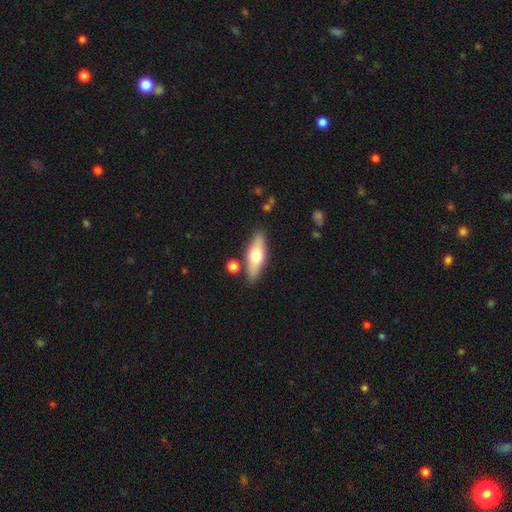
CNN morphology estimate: A smooth galaxy with no disk features (59%) that is in between round and cigar-shaped (56%).

Vote fractions:
- Smooth or featured? smooth: 59% / featured or disk: 35% / star or artifact: 6%
- How rounded? in between: 56% / cigar-shaped: 42% / round: 3%
- Merging? none: 83% / minor disturbance: 10% / merger: 5% / major disturbance: 2%